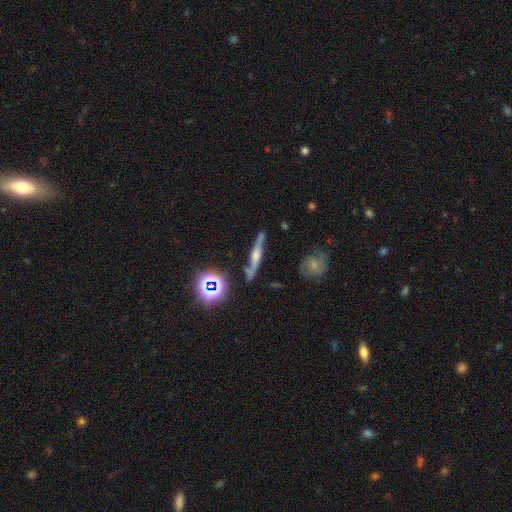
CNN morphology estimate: type=featured or disk (63%); edge-on=yes (79%); merging=none (77%).